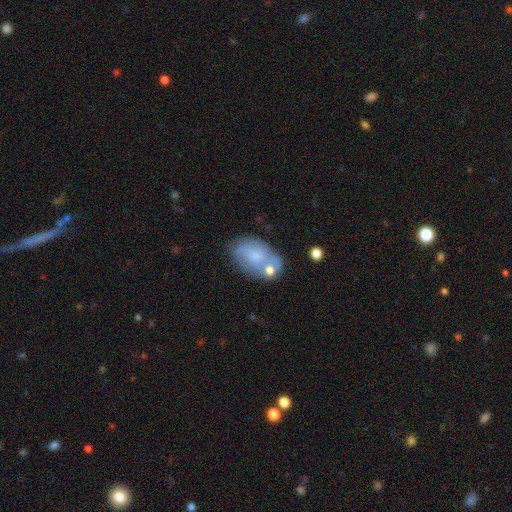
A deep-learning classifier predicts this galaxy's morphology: A smooth galaxy with no disk features (50%). Merging: none (52%).